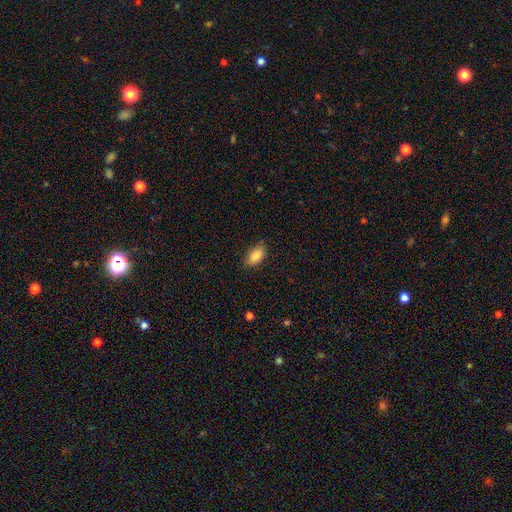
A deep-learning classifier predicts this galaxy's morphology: type=smooth (86%); roundness=in between (92%); merging=none (84%).